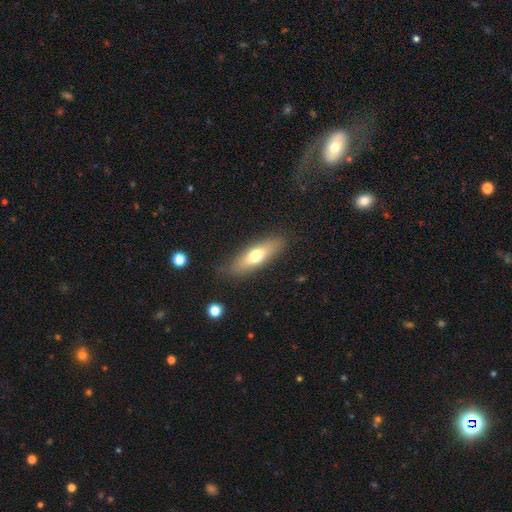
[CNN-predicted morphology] type=smooth (62%); roundness=cigar-shaped (52%); merging=none (83%).